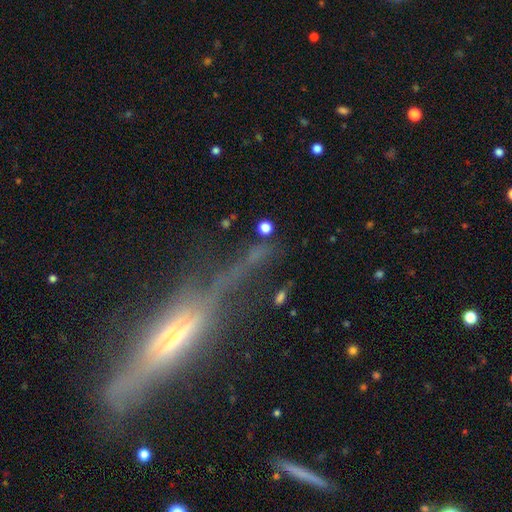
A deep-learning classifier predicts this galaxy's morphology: Q: Smooth or featured?
A: featured or disk (41%); runner-up: star or artifact (35%)
Q: Merging?
A: none (49%); runner-up: major disturbance (23%)